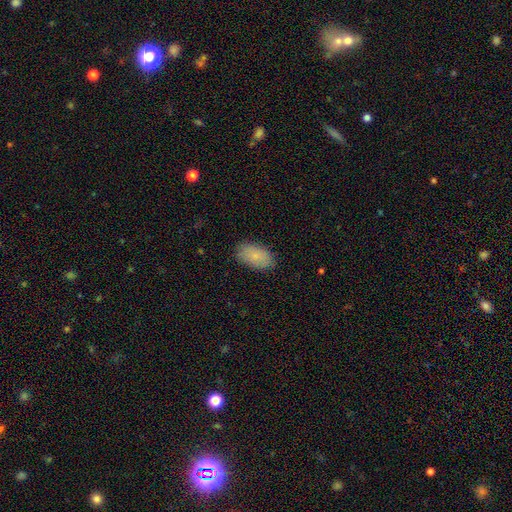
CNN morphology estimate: smooth 84%, featured or disk 10%, star or artifact 6%. Down the decision tree: how rounded — in between (94%); merging — none (85%).